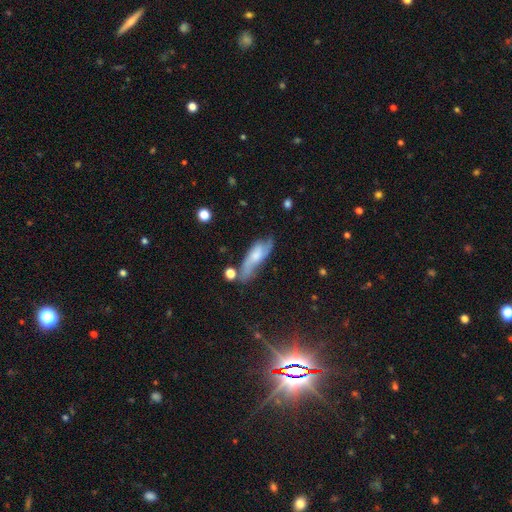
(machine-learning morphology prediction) Smooth or featured?
  - featured or disk: 48% *
  - smooth: 44%
  - star or artifact: 8%
Merging?
  - none: 48% *
  - minor disturbance: 29%
  - major disturbance: 13%
  - merger: 10%